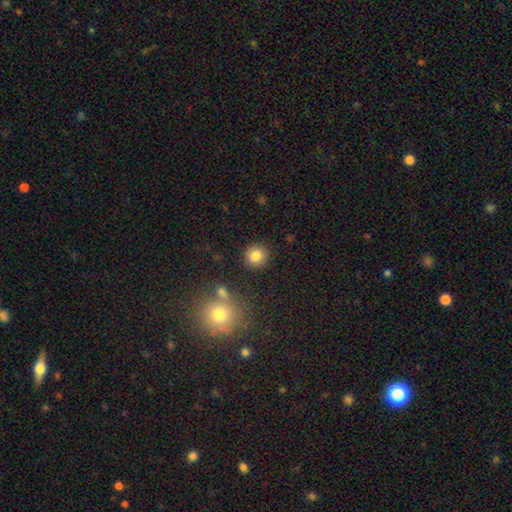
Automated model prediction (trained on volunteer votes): Smooth or featured: smooth — 82% (star or artifact — 11%)
How rounded: round — 92% (in between — 7%)
Merging: none — 88% (minor disturbance — 6%)